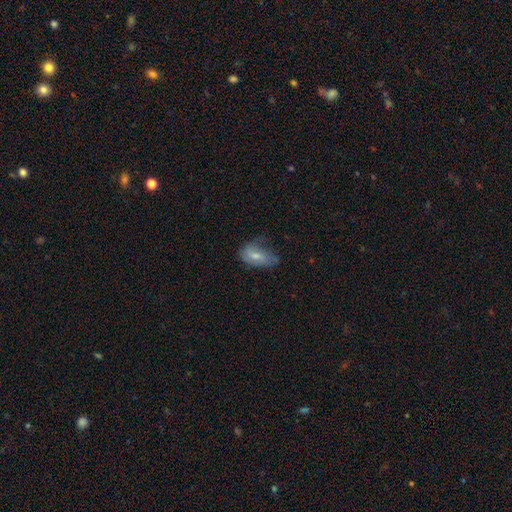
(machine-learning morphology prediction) Smooth or featured? smooth (62%)
How rounded? in between (89%)
Merging? none (38%)